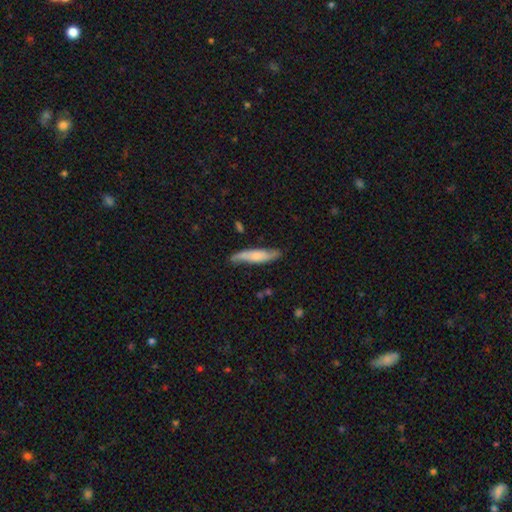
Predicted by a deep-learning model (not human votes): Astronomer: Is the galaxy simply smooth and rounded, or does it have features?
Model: smooth — 57% (runner-up: featured or disk, 38%).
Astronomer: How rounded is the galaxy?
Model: cigar-shaped — 81%.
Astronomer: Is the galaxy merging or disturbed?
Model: none — 75%.